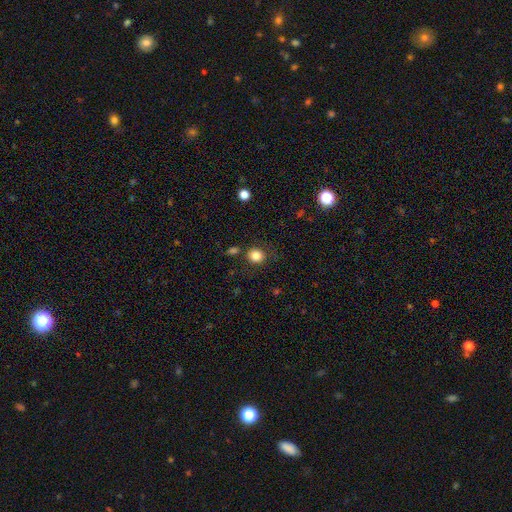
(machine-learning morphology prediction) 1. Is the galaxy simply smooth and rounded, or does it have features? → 84% smooth, 11% star or artifact, 5% featured or disk.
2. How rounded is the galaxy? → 81% round, 18% in between, 1% cigar-shaped.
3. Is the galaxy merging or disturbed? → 80% none, 11% minor disturbance, 5% merger, 4% major disturbance.